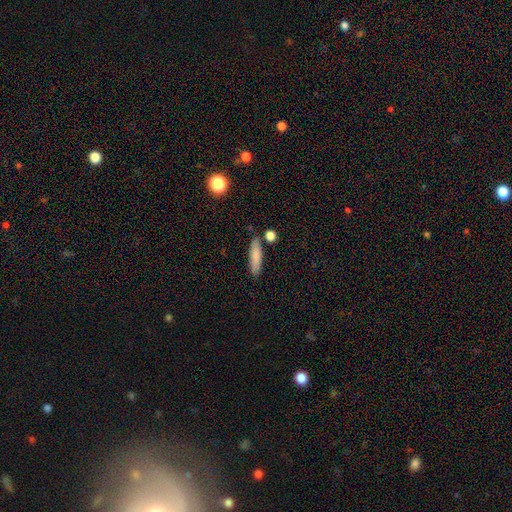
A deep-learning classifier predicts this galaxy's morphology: This is clearly a smooth galaxy (81%). How rounded: likely cigar-shaped (70%). Merging: likely none (80%).